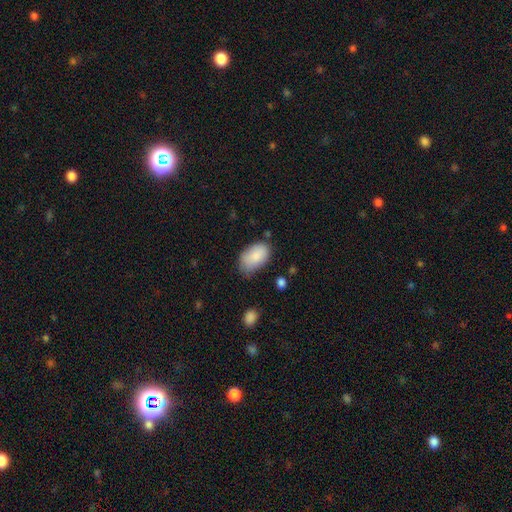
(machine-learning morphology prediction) Smooth or featured? Predicted: smooth (p=0.86). How rounded? Predicted: in between (p=0.93). Merging? Predicted: none (p=0.57).